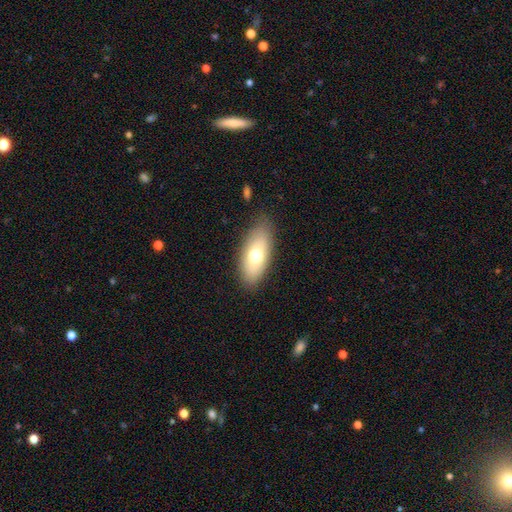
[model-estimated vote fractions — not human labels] smooth 67%, featured or disk 25%, star or artifact 7%. Down the decision tree: how rounded — in between (86%); merging — none (82%).